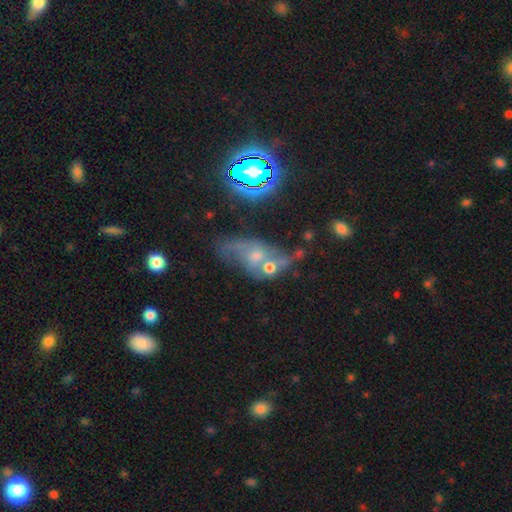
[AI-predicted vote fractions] Overall: featured or disk (43%; smooth 33%). Merging: merger (49%; none 22%).